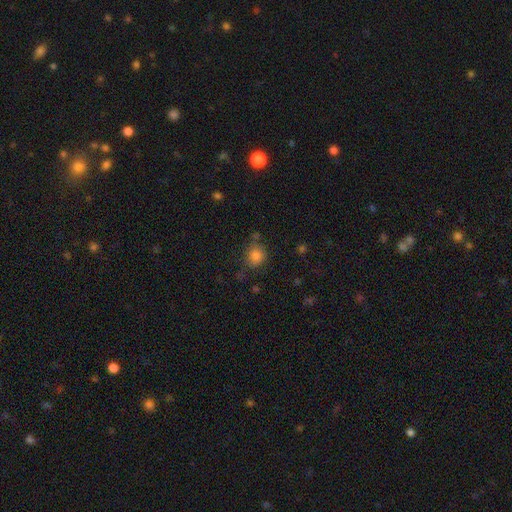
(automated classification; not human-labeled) Smooth or featured? Predicted: smooth (p=0.81). How rounded? Predicted: round (p=0.75). Merging? Predicted: none (p=0.69).